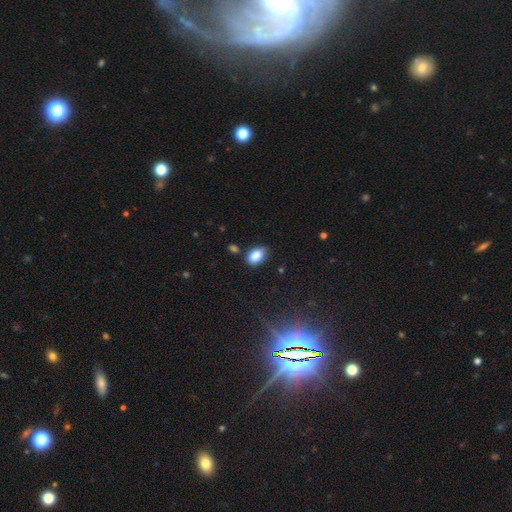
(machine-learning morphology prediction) Smooth or featured: smooth — 86% (star or artifact — 8%)
How rounded: in between — 87% (round — 11%)
Merging: none — 71% (minor disturbance — 20%)